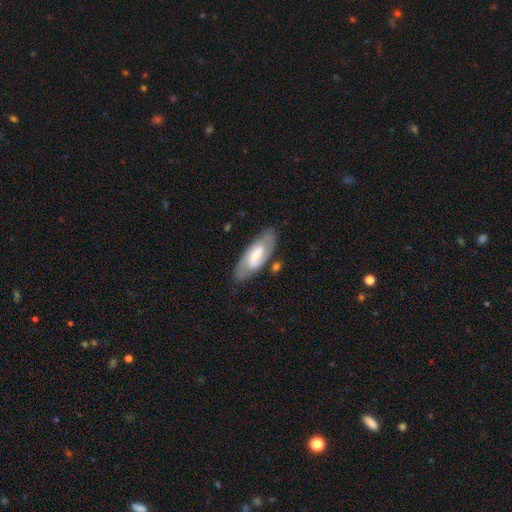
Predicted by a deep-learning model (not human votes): A featured or disk galaxy (55%). Merging: none (74%).